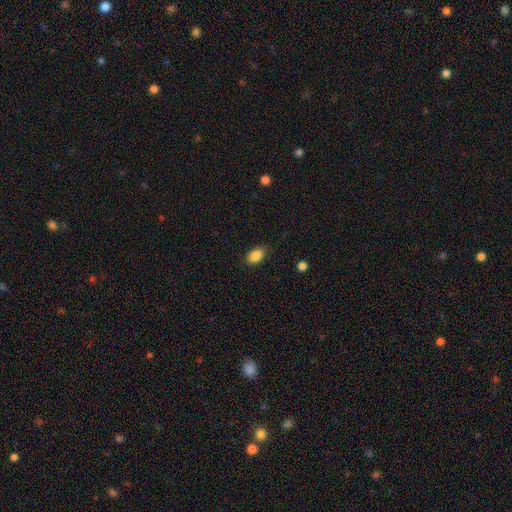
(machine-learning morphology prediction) smooth 87%, star or artifact 8%, featured or disk 5%. Down the decision tree: how rounded — in between (89%); merging — none (85%).